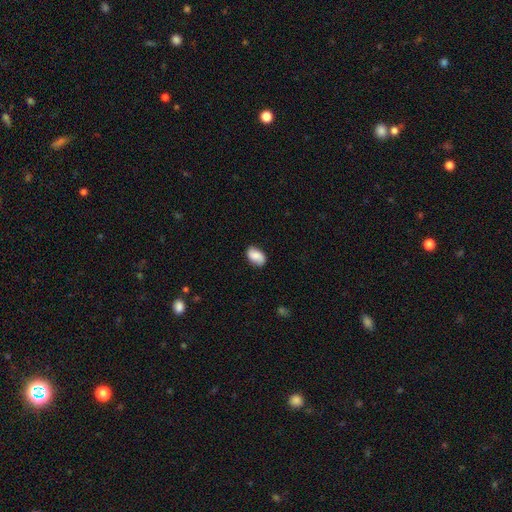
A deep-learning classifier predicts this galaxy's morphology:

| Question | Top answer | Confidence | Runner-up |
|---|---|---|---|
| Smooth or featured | smooth | 69% | featured or disk (23%) |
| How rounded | in between | 90% | round (8%) |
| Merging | none | 79% | minor disturbance (16%) |